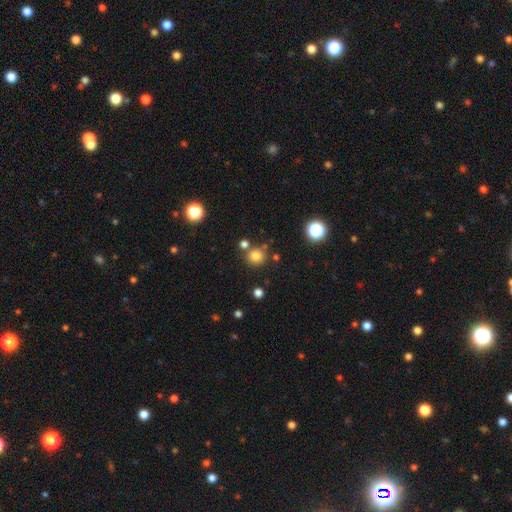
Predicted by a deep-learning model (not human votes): A smooth galaxy with no disk features (78%) that is round (91%). Merging: none (75%).